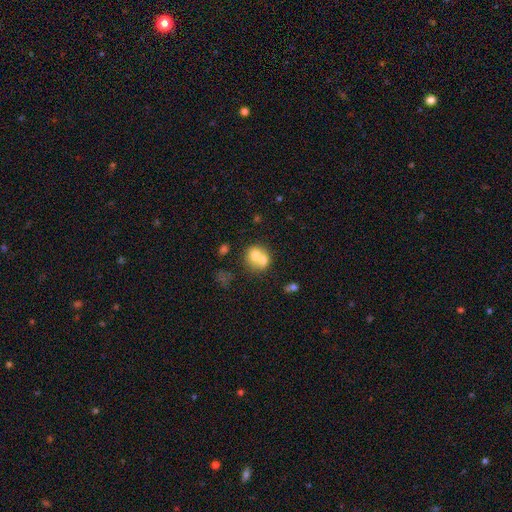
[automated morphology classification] Smooth or featured? Predicted: smooth (p=0.66). How rounded? Predicted: round (p=0.72). Merging? Predicted: merger (p=0.63).